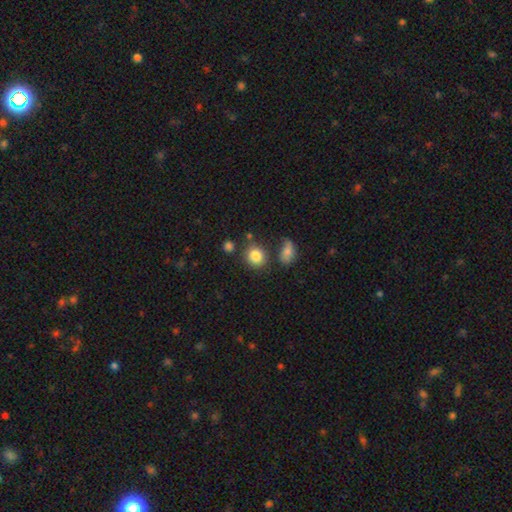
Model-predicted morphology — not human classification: smooth 84%, star or artifact 10%, featured or disk 7%. Down the decision tree: how rounded — round (80%); merging — none (73%).